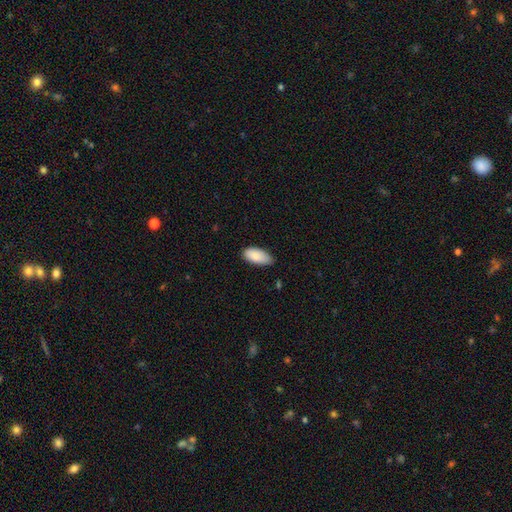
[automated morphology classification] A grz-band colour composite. It shows a smooth galaxy with no disk features (87%) that is in between round and cigar-shaped (93%). Merging: none (69%).